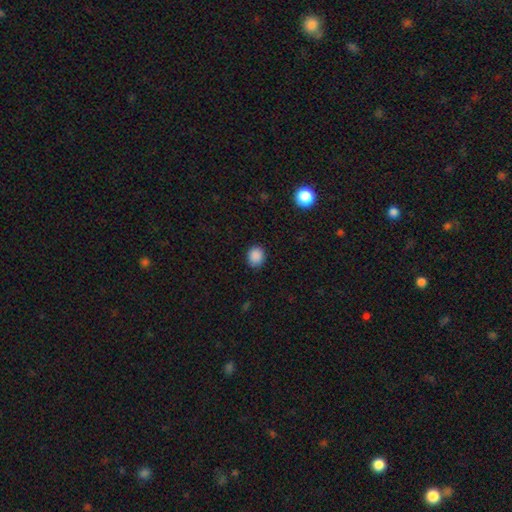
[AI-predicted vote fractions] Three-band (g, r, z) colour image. It shows a smooth galaxy with no disk features (88%) that is round (71%). Merging: none (88%).